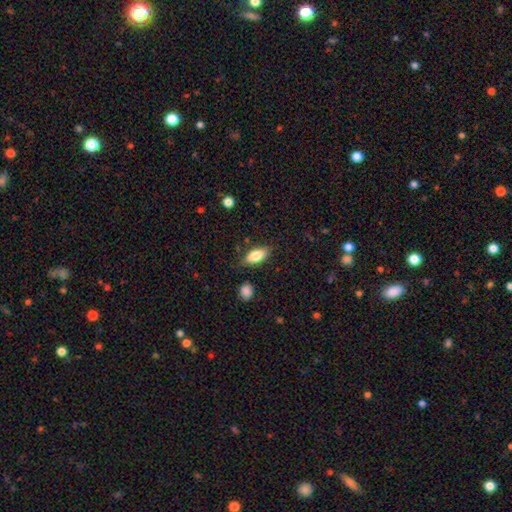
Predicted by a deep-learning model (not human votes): Smooth or featured? Predicted: smooth (p=0.82). How rounded? Predicted: in between (p=0.85). Merging? Predicted: none (p=0.80).